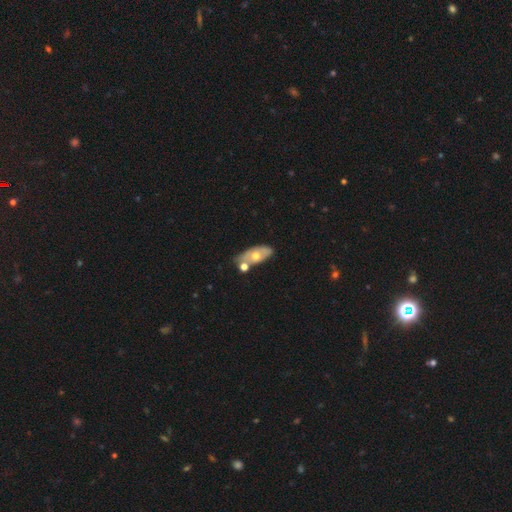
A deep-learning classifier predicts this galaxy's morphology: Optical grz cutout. It shows a smooth galaxy with no disk features (47%). Merging: none (50%).